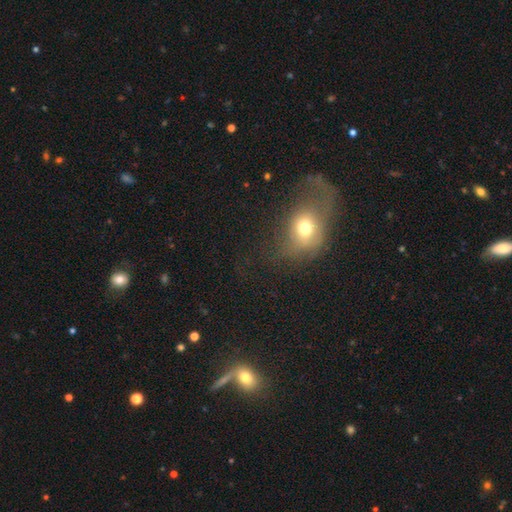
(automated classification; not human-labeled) This is possibly a smooth galaxy (48%). Merging: marginally none (38%).